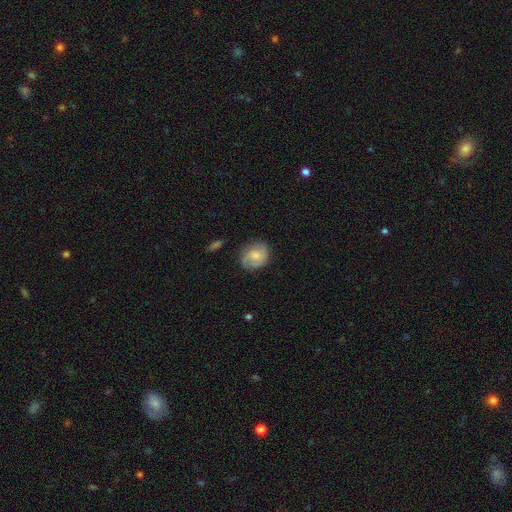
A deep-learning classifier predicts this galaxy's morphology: Smooth or featured: featured or disk — 50% (smooth — 43%)
Merging: none — 75% (minor disturbance — 18%)